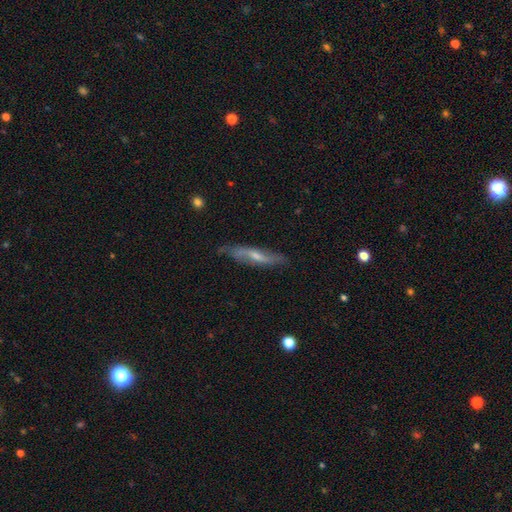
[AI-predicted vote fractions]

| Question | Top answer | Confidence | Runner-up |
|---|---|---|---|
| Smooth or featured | featured or disk | 64% | smooth (29%) |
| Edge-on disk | yes | 53% | no (47%) |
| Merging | none | 76% | minor disturbance (18%) |